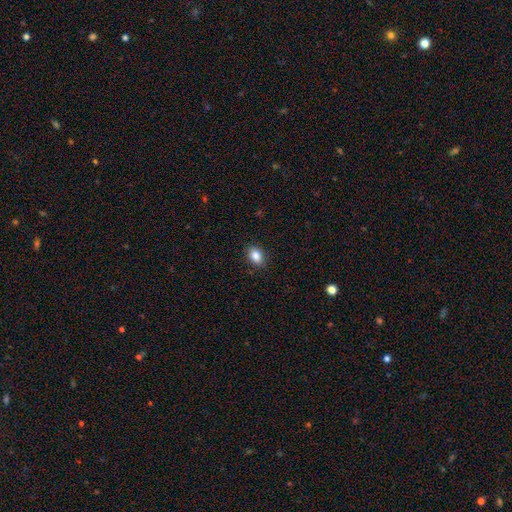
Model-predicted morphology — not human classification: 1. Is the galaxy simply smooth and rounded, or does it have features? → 86% smooth, 9% star or artifact, 5% featured or disk.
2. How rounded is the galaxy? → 74% in between, 25% round, 1% cigar-shaped.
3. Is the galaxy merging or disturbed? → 89% none, 8% minor disturbance, 2% major disturbance, 1% merger.